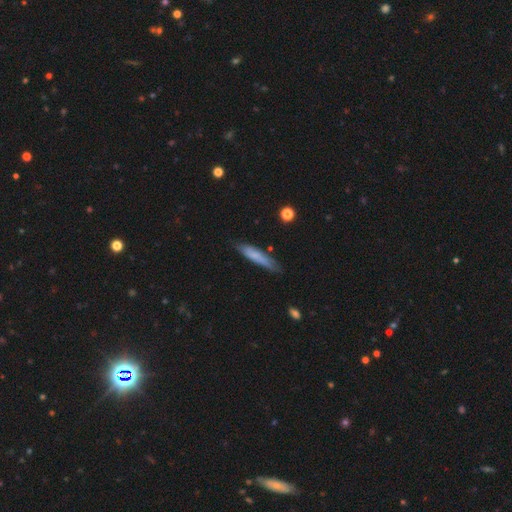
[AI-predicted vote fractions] The model was most divided on "smooth or featured": smooth: 72%, featured or disk: 22%, star or artifact: 7%. More confident: how rounded — cigar-shaped (86%); merging — none (73%).